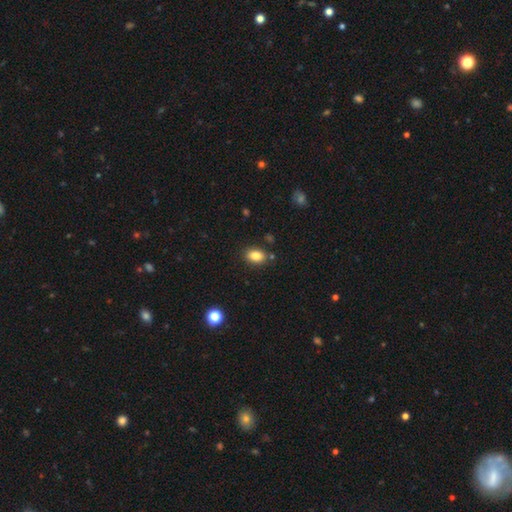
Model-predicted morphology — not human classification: smooth 85%, star or artifact 9%, featured or disk 6%. Down the decision tree: how rounded — in between (81%); merging — none (83%).